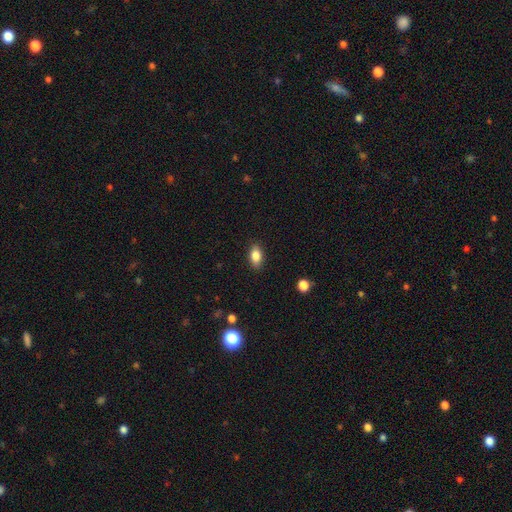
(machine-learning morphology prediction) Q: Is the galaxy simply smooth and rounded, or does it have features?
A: smooth — 84%.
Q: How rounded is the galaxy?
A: in between — 88%.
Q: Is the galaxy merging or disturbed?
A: none — 87%.